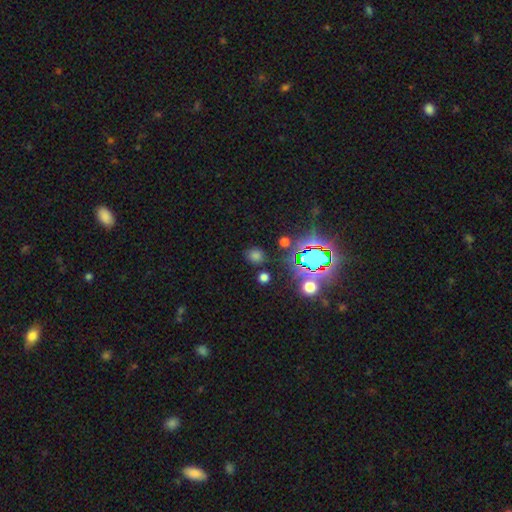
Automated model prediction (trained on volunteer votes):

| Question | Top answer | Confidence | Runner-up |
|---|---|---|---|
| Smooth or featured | smooth | 59% | star or artifact (34%) |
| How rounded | round | 78% | in between (20%) |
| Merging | none | 82% | minor disturbance (10%) |